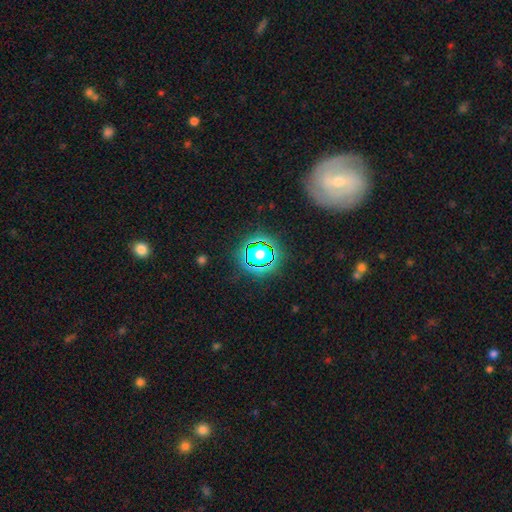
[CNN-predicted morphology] smooth-or-featured: star or artifact: 51% | featured or disk: 28% | smooth: 22%